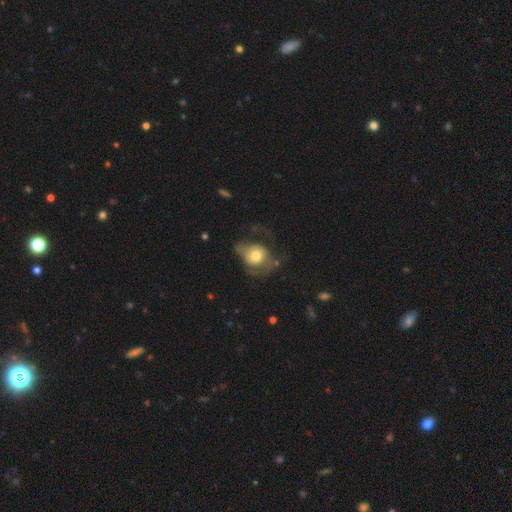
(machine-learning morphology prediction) Overall: smooth (63%; featured or disk 29%). How rounded: round (59%; in between 40%). Merging: major disturbance (39%; none 29%).